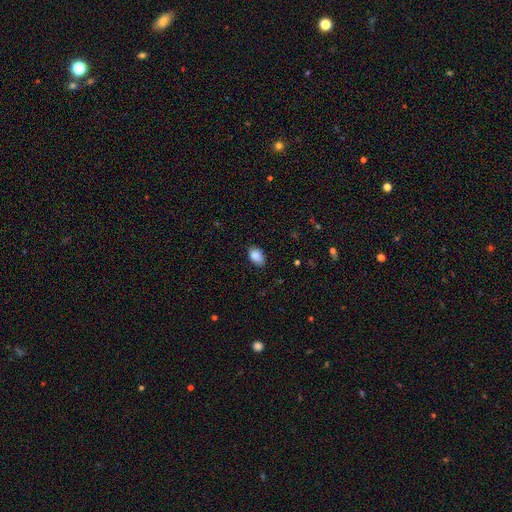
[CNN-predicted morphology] Q: Smooth or featured?
A: smooth (88%); runner-up: star or artifact (8%)
Q: How rounded?
A: in between (88%); runner-up: round (11%)
Q: Merging?
A: none (79%); runner-up: minor disturbance (17%)